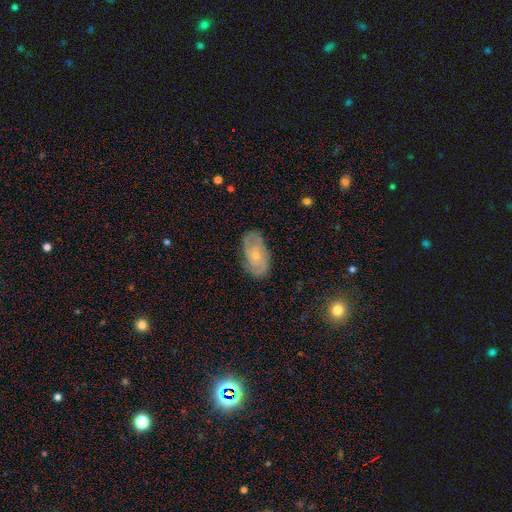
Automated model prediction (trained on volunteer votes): A featured or disk galaxy (73%) with no bar (79%), 2 (43%) tight (57%) spiral arms (86%) and a small central bulge (69%).

Vote fractions:
- Smooth or featured? featured or disk: 73% / smooth: 20% / star or artifact: 6%
- Edge-on disk? no: 95% / yes: 5%
- Bar? no: 79% / weak: 18% / strong: 3%
- Spiral arms? yes: 86% / no: 14%
- Spiral winding? tight: 57% / medium: 33% / loose: 10%
- Spiral arm count? 2: 43% / can't tell: 34% / 3: 12% / 4: 4% / 1: 4% / more than 4: 3%
- Bulge size? small: 69% / moderate: 27% / none: 2% / large: 1% / dominant: 1%
- Merging? none: 74% / minor disturbance: 19% / major disturbance: 6% / merger: 1%